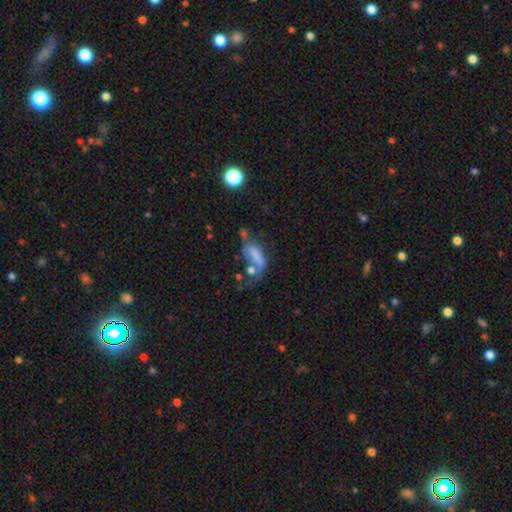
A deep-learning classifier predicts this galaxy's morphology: Q: Smooth or featured?
A: smooth (58%); runner-up: featured or disk (29%)
Q: How rounded?
A: in between (74%); runner-up: cigar-shaped (20%)
Q: Merging?
A: major disturbance (35%); runner-up: merger (27%)